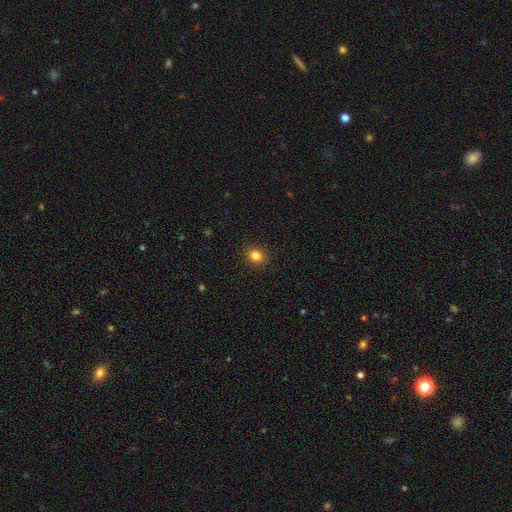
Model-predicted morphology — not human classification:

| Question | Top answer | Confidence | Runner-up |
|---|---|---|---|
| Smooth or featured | smooth | 84% | star or artifact (11%) |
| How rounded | round | 69% | in between (30%) |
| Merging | none | 91% | minor disturbance (6%) |